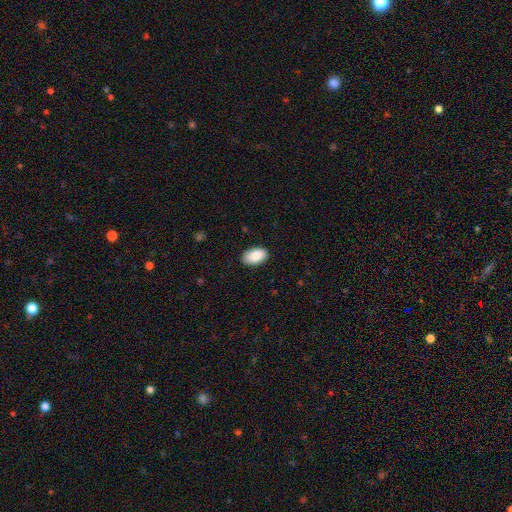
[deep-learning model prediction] This appears to be a smooth galaxy with no disk features (86%) that is in between round and cigar-shaped (93%). Merging: none (86%).